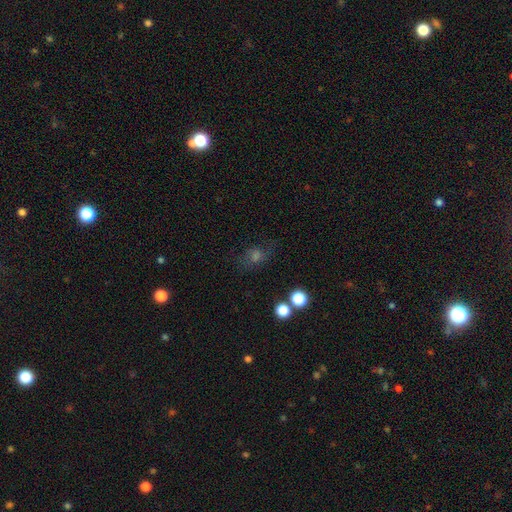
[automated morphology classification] Smooth or featured: smooth — 53% (star or artifact — 28%)
How rounded: round — 51% (in between — 47%)
Merging: none — 67% (minor disturbance — 18%)